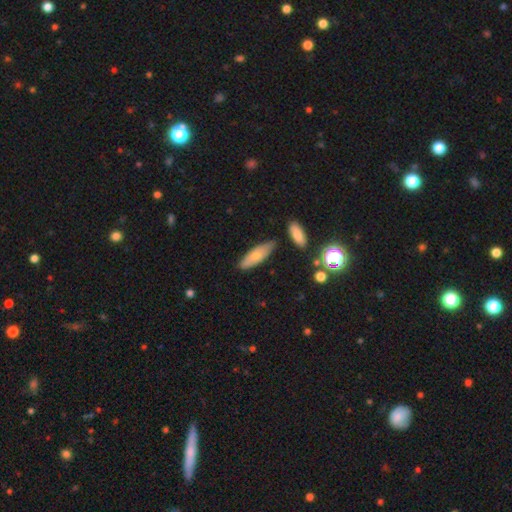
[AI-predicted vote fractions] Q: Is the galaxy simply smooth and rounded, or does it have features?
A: smooth — 71%.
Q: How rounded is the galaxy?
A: in between — 54%.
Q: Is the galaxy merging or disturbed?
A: none — 78%.